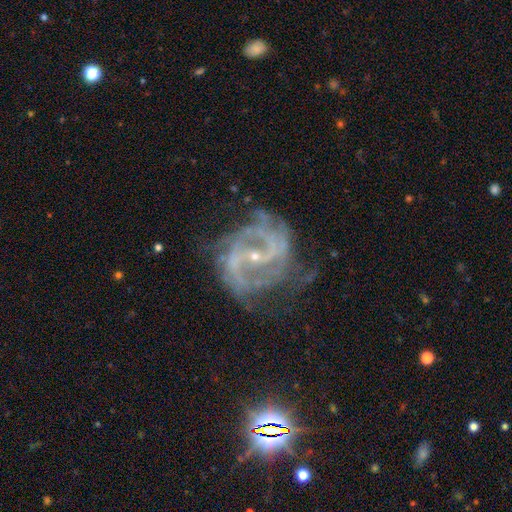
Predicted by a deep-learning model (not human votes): smooth-or-featured: featured or disk: 86% | star or artifact: 9% | smooth: 5%
  disk-edge-on: no: 97% | yes: 3%
    bar: weak: 41% | strong: 37% | no: 22%
    has-spiral-arms: yes: 94% | no: 6%
      spiral-winding: medium: 51% | tight: 30% | loose: 19%
      spiral-arm-count: 2: 59% | can't tell: 15% | 3: 13% | 4: 5% | 1: 4% | more than 4: 4%
    bulge-size: small: 75% | moderate: 20% | none: 3% | large: 1% | dominant: 1%
  merging: none: 56% | minor disturbance: 22% | major disturbance: 19% | merger: 3%